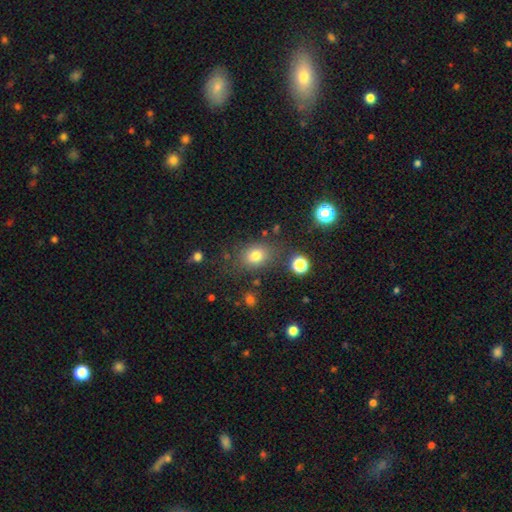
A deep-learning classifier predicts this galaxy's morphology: type=smooth (76%); roundness=in between (51%); merging=none (76%).